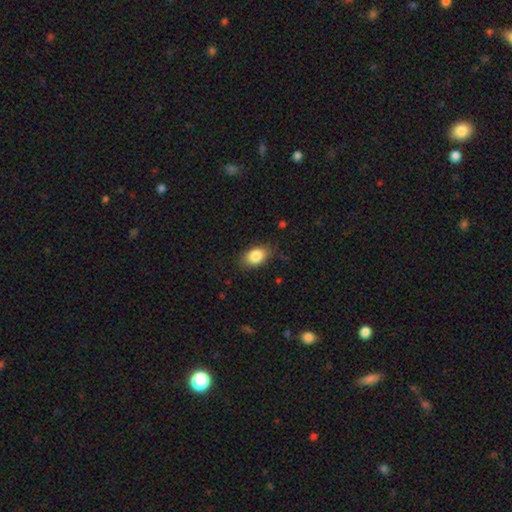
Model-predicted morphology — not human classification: smooth_or_featured: smooth (p=0.85) [alt: star or artifact p=0.08]
how_rounded: in between (p=0.84) [alt: round p=0.15]
merging: none (p=0.81) [alt: minor disturbance p=0.15]